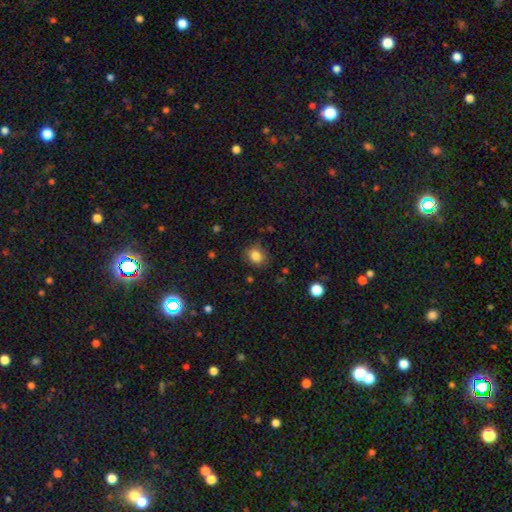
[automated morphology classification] Smooth or featured?
  - smooth: 83% *
  - star or artifact: 11%
  - featured or disk: 6%
How rounded?
  - round: 61% *
  - in between: 38%
  - cigar-shaped: 1%
Merging?
  - none: 81% *
  - minor disturbance: 14%
  - major disturbance: 4%
  - merger: 2%